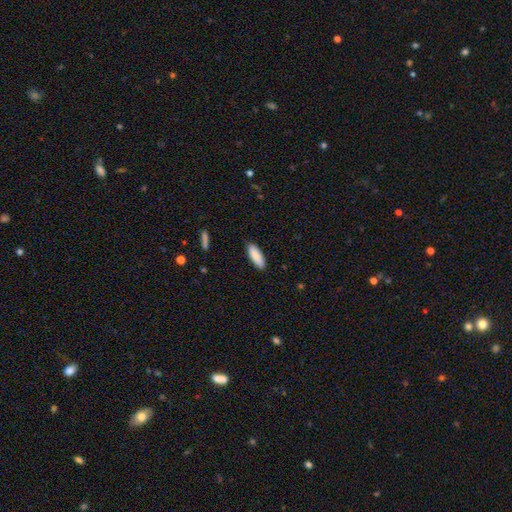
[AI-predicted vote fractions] smooth_or_featured: smooth (p=0.90) [alt: star or artifact p=0.06]
how_rounded: in between (p=0.67) [alt: cigar-shaped p=0.31]
merging: none (p=0.89) [alt: minor disturbance p=0.08]